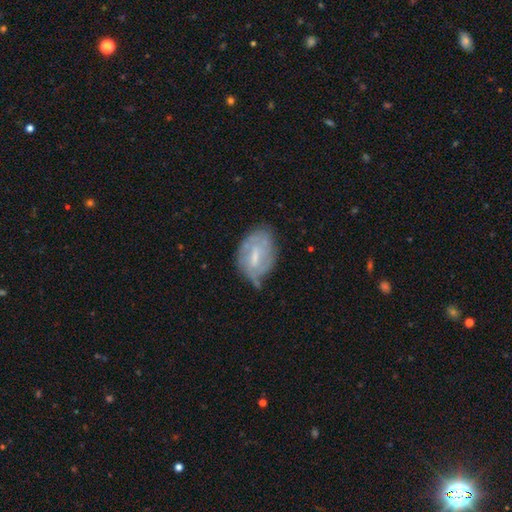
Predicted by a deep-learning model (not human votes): This is likely a featured or disk galaxy (62%). It is clearly not viewed edge-on (96%). Bar: possibly weak (58%). Spiral arm pattern: likely yes (70%). Central bulge: marginally small (41%). Merging: possibly none (49%).